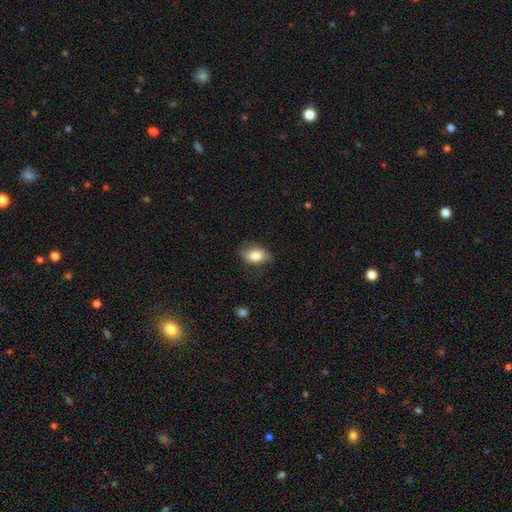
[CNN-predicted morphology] This appears to be a smooth galaxy with no disk features (78%) that is in between round and cigar-shaped (86%). Merging: none (71%).